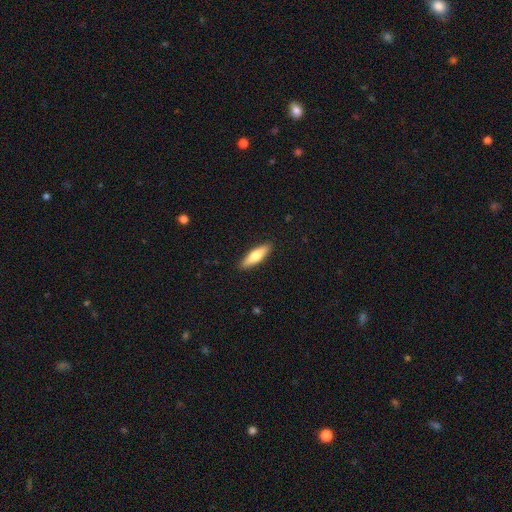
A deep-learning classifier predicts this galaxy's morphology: Smooth or featured: smooth — 67% (featured or disk — 28%)
How rounded: cigar-shaped — 62% (in between — 36%)
Merging: none — 90% (minor disturbance — 8%)